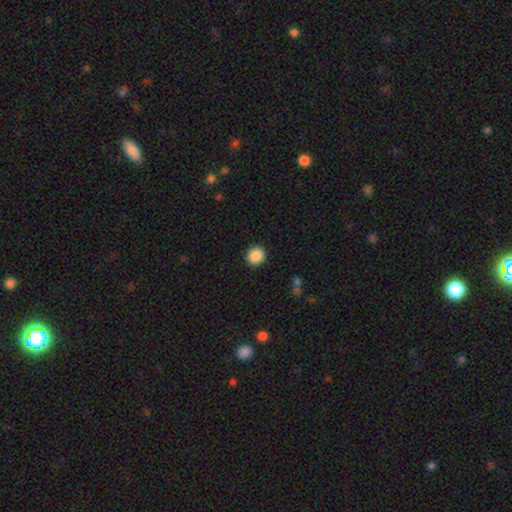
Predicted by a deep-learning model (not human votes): smooth-or-featured: smooth: 88% | star or artifact: 9% | featured or disk: 3%
  how-rounded: round: 88% | in between: 11% | cigar-shaped: 1%
  merging: none: 92% | minor disturbance: 5% | major disturbance: 2% | merger: 1%